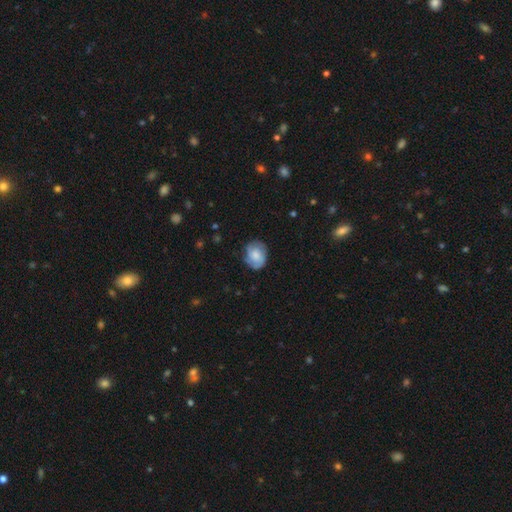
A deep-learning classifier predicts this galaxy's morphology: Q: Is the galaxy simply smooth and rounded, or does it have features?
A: featured or disk — 58%.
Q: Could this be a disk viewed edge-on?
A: no — 97%.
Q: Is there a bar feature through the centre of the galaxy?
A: no — 71%.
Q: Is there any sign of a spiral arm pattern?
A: yes — 89%.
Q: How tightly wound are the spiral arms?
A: tight — 53%.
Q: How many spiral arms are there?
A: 2 — 42%.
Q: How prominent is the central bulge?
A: moderate — 38%.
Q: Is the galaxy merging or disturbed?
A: none — 71%.